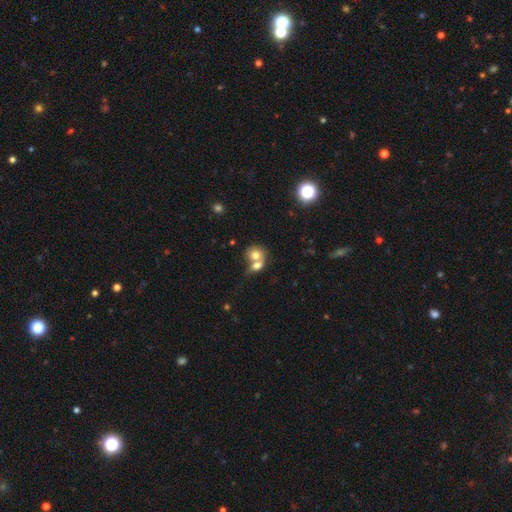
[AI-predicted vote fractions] The model was most divided on "how rounded": round: 65%, in between: 34%, cigar-shaped: 1%. More confident: smooth or featured — smooth (70%); merging — merger (70%).